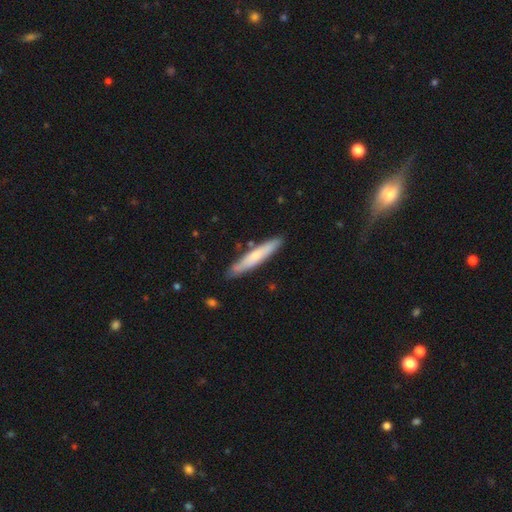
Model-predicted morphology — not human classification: Smooth or featured: smooth — 61% (featured or disk — 33%)
How rounded: cigar-shaped — 92% (in between — 7%)
Merging: none — 85% (minor disturbance — 11%)